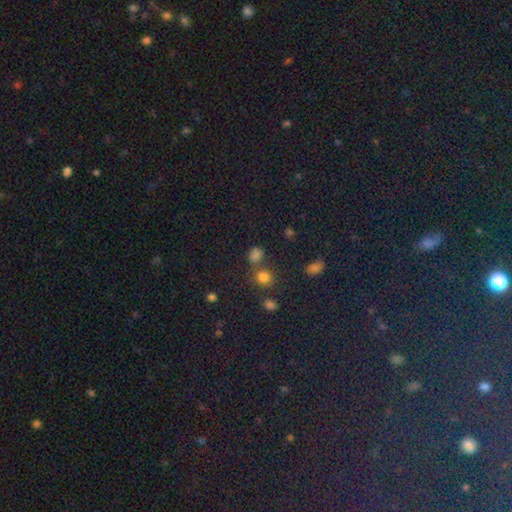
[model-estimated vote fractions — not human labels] Smooth or featured?
  - smooth: 63% *
  - star or artifact: 30%
  - featured or disk: 7%
How rounded?
  - round: 73% *
  - in between: 25%
  - cigar-shaped: 1%
Merging?
  - none: 63% *
  - merger: 23%
  - minor disturbance: 10%
  - major disturbance: 5%